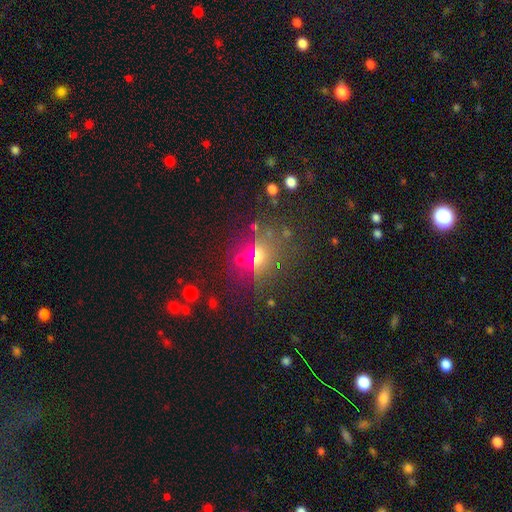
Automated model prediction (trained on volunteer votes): Smooth or featured? Predicted: smooth (p=0.42). Merging? Predicted: none (p=0.69).